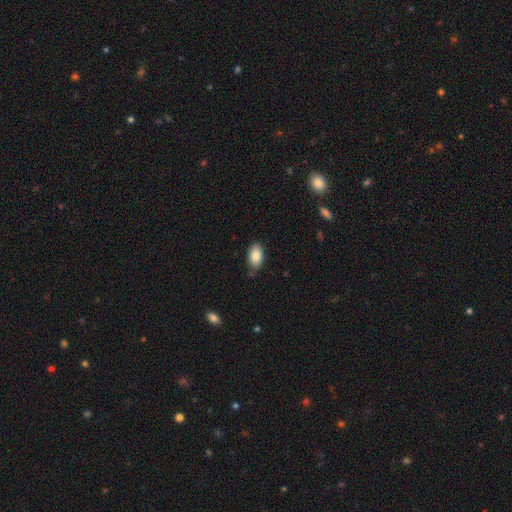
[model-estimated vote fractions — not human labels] Overall: smooth (86%). How rounded: in between (93%). Merging: none (78%).